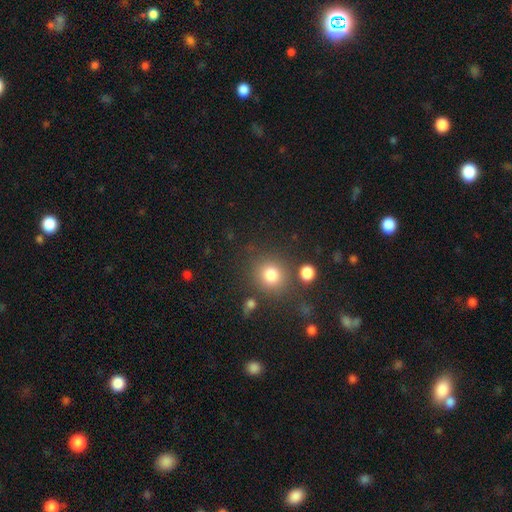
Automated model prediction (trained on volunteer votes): The model was most divided on "smooth or featured": smooth: 58%, star or artifact: 36%, featured or disk: 6%. More confident: how rounded — round (91%); merging — none (83%).